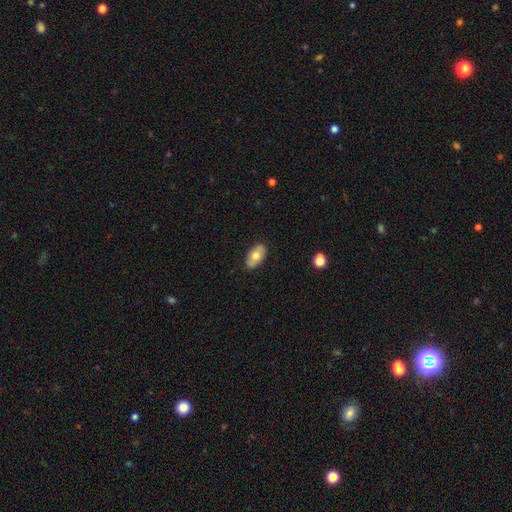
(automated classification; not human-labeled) Overall: smooth (71%). How rounded: in between (93%). Merging: none (87%).